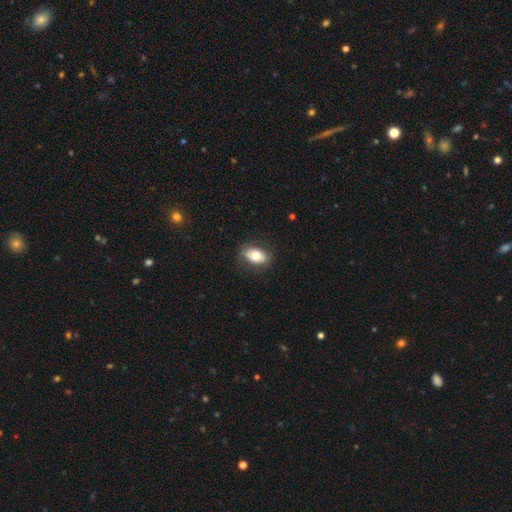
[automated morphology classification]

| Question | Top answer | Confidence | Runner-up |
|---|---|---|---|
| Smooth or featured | smooth | 72% | featured or disk (20%) |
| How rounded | in between | 87% | round (12%) |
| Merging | none | 83% | minor disturbance (12%) |